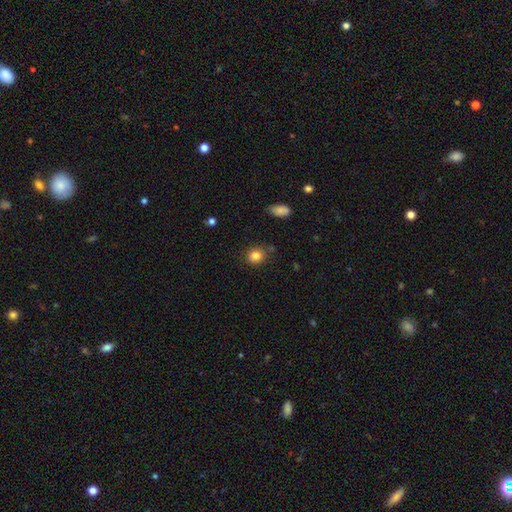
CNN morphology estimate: type=smooth (83%); roundness=round (72%); merging=none (81%).